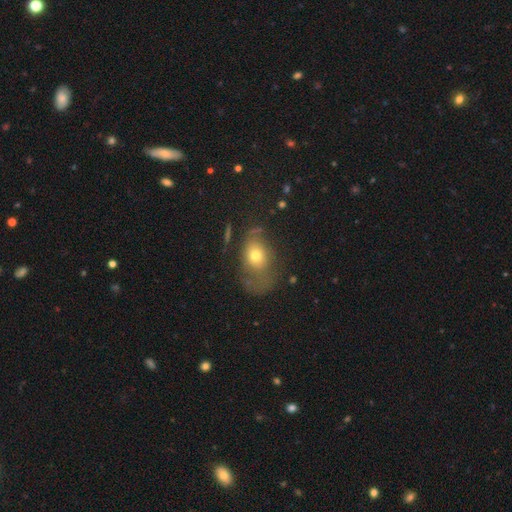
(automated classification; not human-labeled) Smooth or featured: smooth — 63% (featured or disk — 25%)
How rounded: in between — 66% (round — 33%)
Merging: major disturbance — 39% (none — 33%)